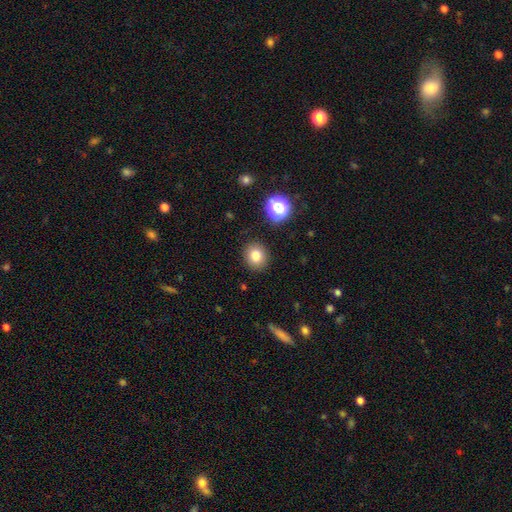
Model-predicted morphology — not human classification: smooth_or_featured: smooth (p=0.80) [alt: star or artifact p=0.12]
how_rounded: round (p=0.77) [alt: in between p=0.22]
merging: none (p=0.89) [alt: minor disturbance p=0.07]